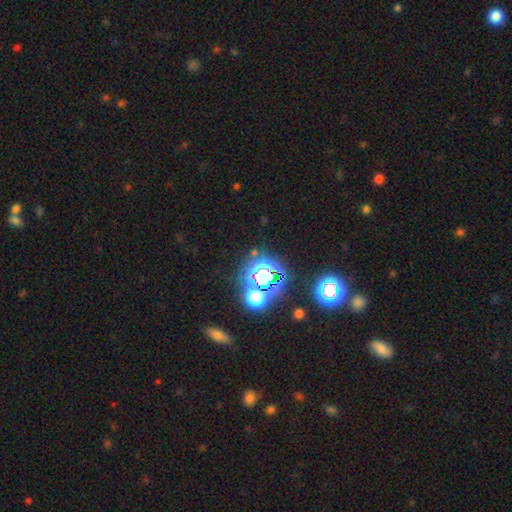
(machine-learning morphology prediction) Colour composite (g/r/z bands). It shows a star or artifact, not a galaxy (71%).